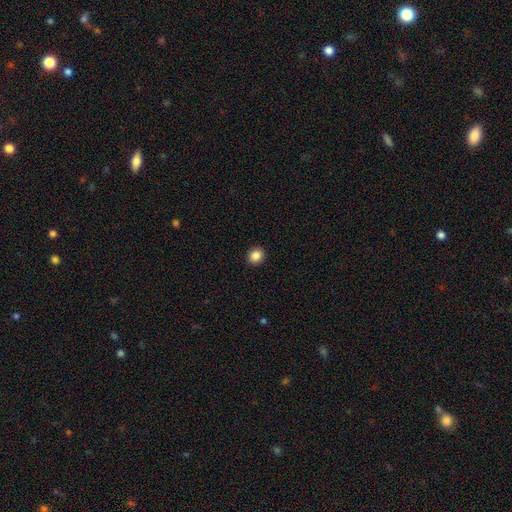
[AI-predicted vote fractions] This appears to be a smooth galaxy with no disk features (86%) that is round (87%). Merging: none (93%).